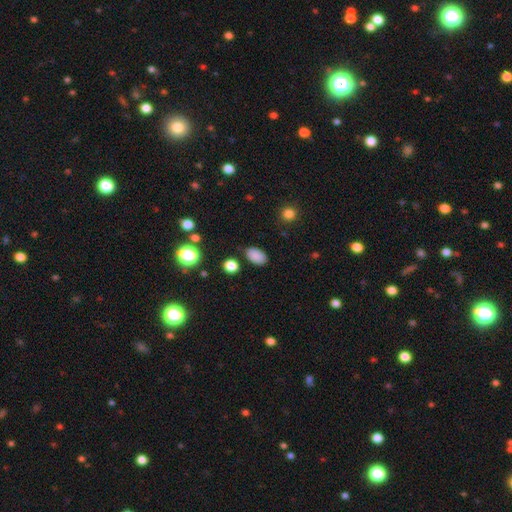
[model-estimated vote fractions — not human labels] Smooth or featured: smooth — 85% (star or artifact — 11%)
How rounded: in between — 90% (round — 9%)
Merging: none — 83% (minor disturbance — 11%)